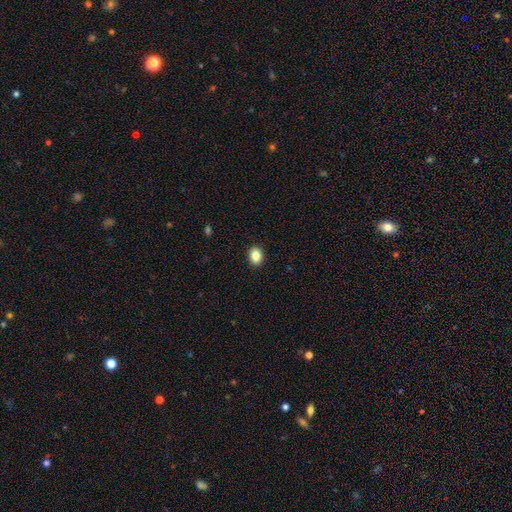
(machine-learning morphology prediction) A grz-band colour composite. It shows a smooth galaxy with no disk features (86%) that is in between round and cigar-shaped (61%). Merging: none (91%).